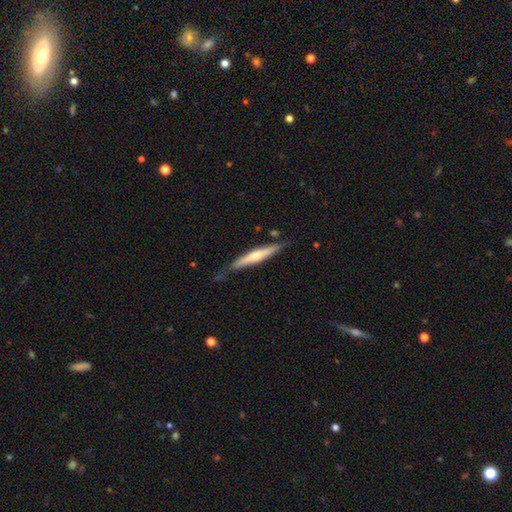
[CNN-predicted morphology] smooth-or-featured: featured or disk: 52% | smooth: 43% | star or artifact: 5%
  disk-edge-on: yes: 93% | no: 7%
  merging: none: 72% | minor disturbance: 21% | major disturbance: 4% | merger: 3%